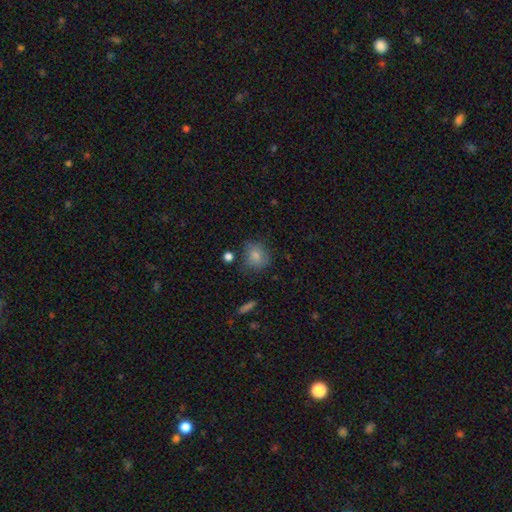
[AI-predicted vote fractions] This appears to be a smooth galaxy with no disk features (80%) that is round (79%). Merging: none (71%).